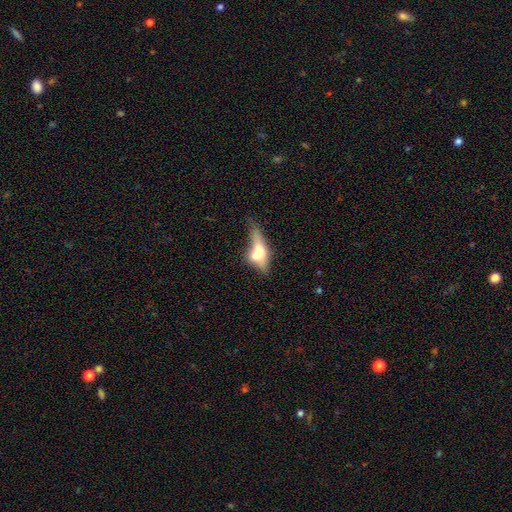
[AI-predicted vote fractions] smooth-or-featured: smooth: 50% | featured or disk: 42% | star or artifact: 8%
  merging: merger: 37% | none: 24% | major disturbance: 21% | minor disturbance: 18%